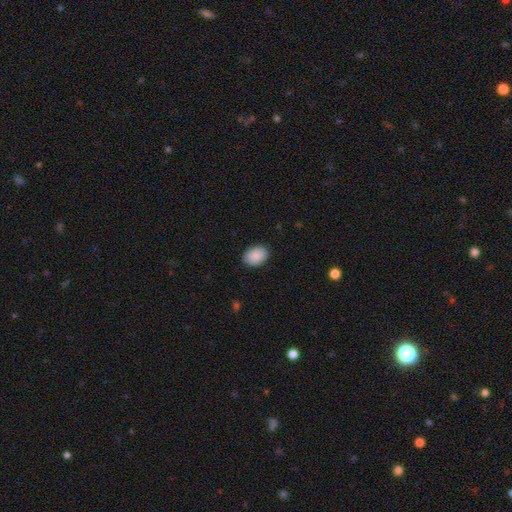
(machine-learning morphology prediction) Smooth or featured: smooth — 90% (star or artifact — 6%)
How rounded: in between — 78% (round — 21%)
Merging: none — 88% (minor disturbance — 9%)